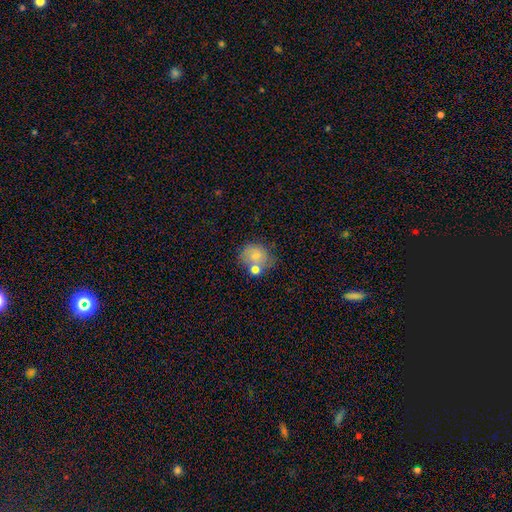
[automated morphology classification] A smooth galaxy with no disk features (69%) that is round (72%). Merging: none (50%).